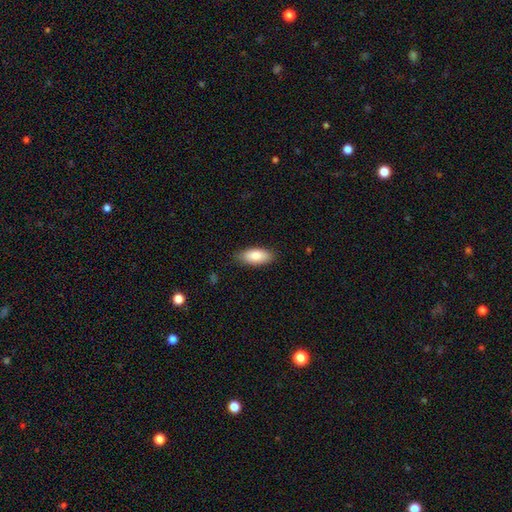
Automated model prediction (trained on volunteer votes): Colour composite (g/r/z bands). It shows a smooth galaxy with no disk features (83%) that is in between round and cigar-shaped (87%). Merging: none (84%).